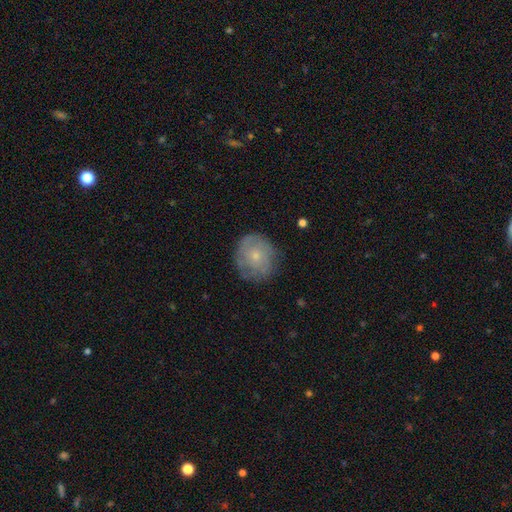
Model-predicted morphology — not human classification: Smooth or featured?
  - smooth: 54% *
  - featured or disk: 38%
  - star or artifact: 8%
How rounded?
  - round: 86% *
  - in between: 13%
  - cigar-shaped: 1%
Merging?
  - none: 74% *
  - minor disturbance: 19%
  - major disturbance: 6%
  - merger: 1%